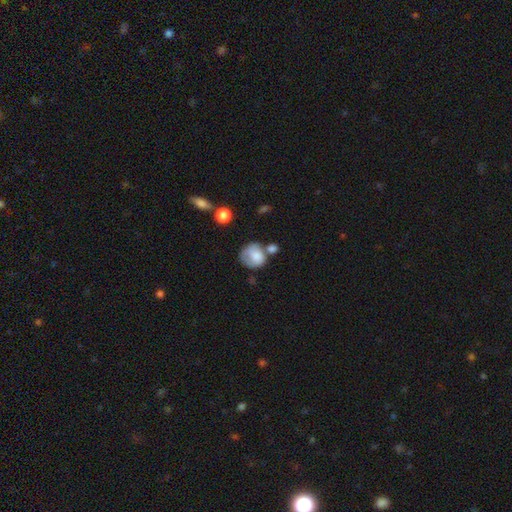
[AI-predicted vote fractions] Smooth or featured? smooth (70%)
How rounded? round (75%)
Merging? none (39%)